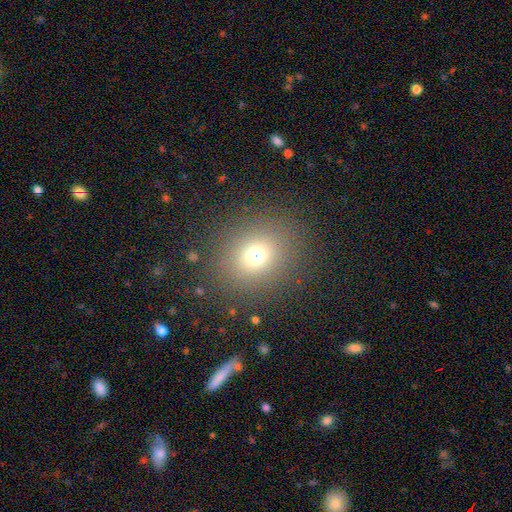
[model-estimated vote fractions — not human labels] A smooth galaxy with no disk features (67%) that is round (74%).

Vote fractions:
- Smooth or featured? smooth: 67% / star or artifact: 21% / featured or disk: 11%
- How rounded? round: 74% / in between: 25% / cigar-shaped: 1%
- Merging? none: 81% / minor disturbance: 8% / merger: 7% / major disturbance: 4%